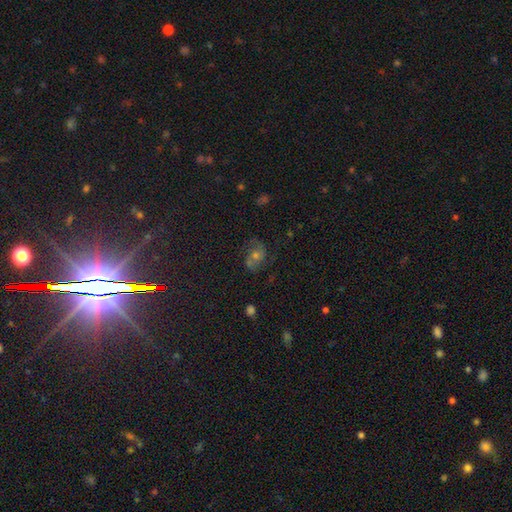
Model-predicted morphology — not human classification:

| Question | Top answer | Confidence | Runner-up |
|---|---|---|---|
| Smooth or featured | featured or disk | 48% | star or artifact (31%) |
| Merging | none | 67% | minor disturbance (17%) |